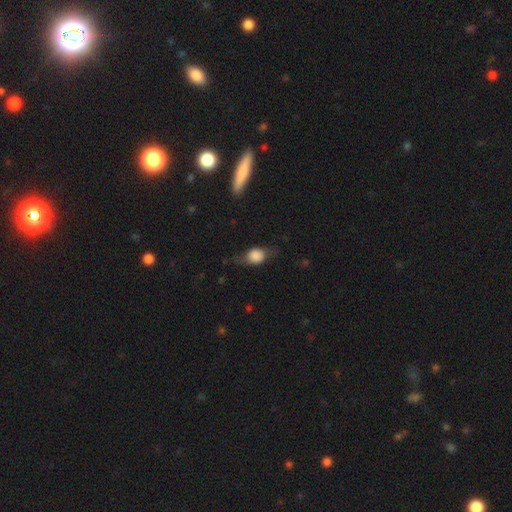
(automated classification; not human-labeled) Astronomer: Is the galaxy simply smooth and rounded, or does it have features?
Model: smooth — 62%.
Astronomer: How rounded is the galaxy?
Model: in between — 54% (runner-up: round, 42%).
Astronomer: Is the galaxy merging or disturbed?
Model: none — 59%.